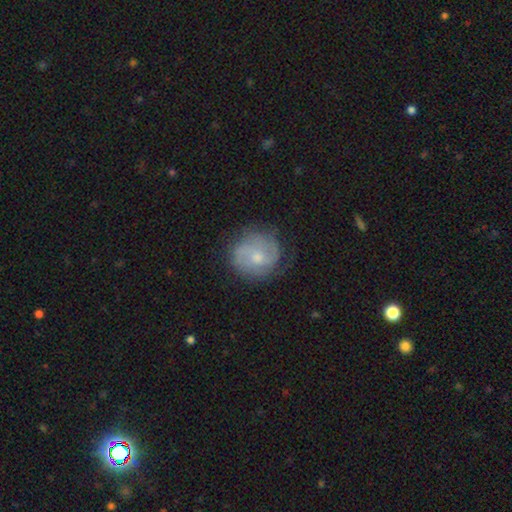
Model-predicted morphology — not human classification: Smooth or featured? featured or disk (57%)
Edge-on disk? no (97%)
Bar? no (70%)
Spiral arms? yes (82%)
Bulge size? moderate (50%)
Merging? none (71%)